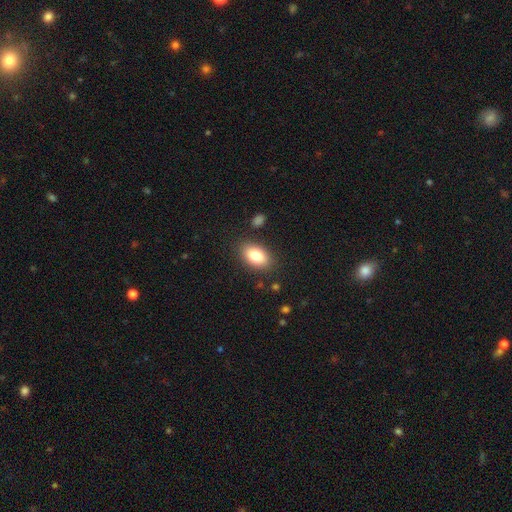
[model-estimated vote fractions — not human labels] A smooth galaxy with no disk features (82%) that is in between round and cigar-shaped (90%).

Vote fractions:
- Smooth or featured? smooth: 82% / featured or disk: 11% / star or artifact: 8%
- How rounded? in between: 90% / round: 8% / cigar-shaped: 2%
- Merging? none: 85% / minor disturbance: 10% / major disturbance: 3% / merger: 2%